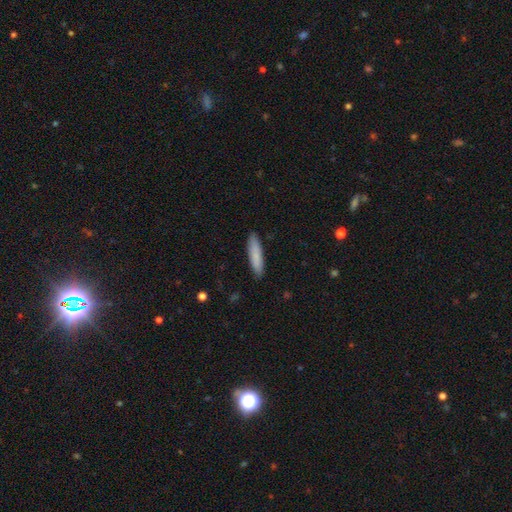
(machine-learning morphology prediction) Smooth or featured?
  - smooth: 84% *
  - featured or disk: 11%
  - star or artifact: 6%
How rounded?
  - cigar-shaped: 80% *
  - in between: 19%
  - round: 1%
Merging?
  - none: 89% *
  - minor disturbance: 9%
  - major disturbance: 2%
  - merger: 1%